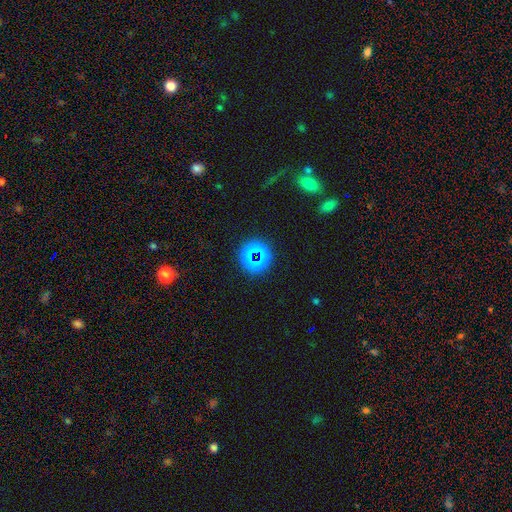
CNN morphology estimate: type=star or artifact (51%).